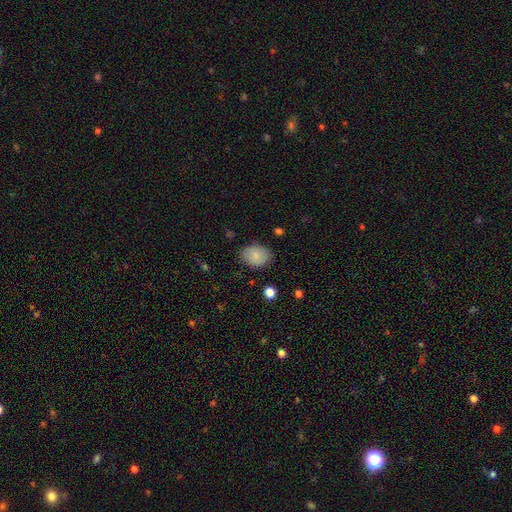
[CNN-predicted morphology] Smooth or featured? Predicted: smooth (p=0.82). How rounded? Predicted: in between (p=0.72). Merging? Predicted: none (p=0.81).